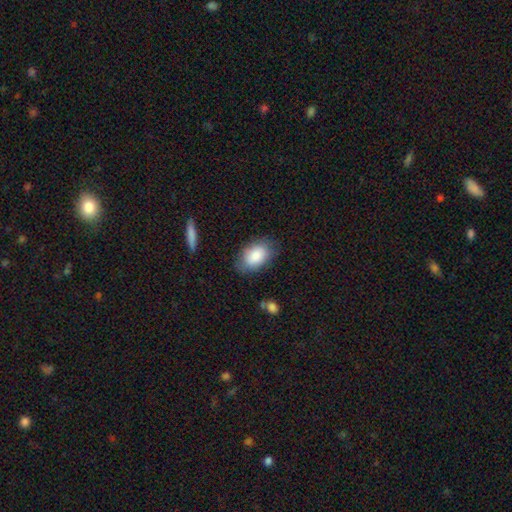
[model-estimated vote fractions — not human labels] This appears to be a smooth galaxy with no disk features (85%) that is in between round and cigar-shaped (90%). Merging: none (78%).